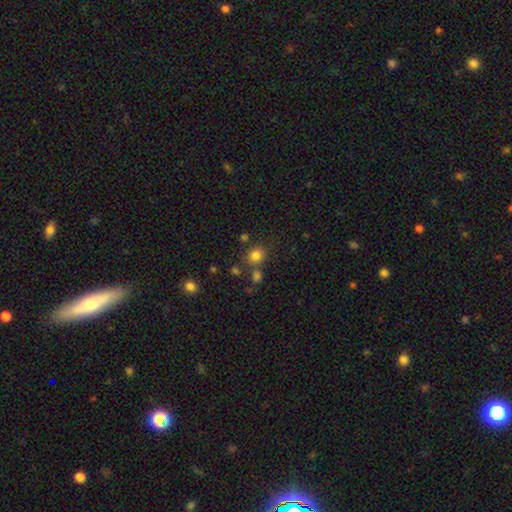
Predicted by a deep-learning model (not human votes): A smooth galaxy with no disk features (80%) that is round (74%).

Vote fractions:
- Smooth or featured? smooth: 80% / star or artifact: 14% / featured or disk: 6%
- How rounded? round: 74% / in between: 26% / cigar-shaped: 1%
- Merging? none: 72% / merger: 13% / minor disturbance: 11% / major disturbance: 4%